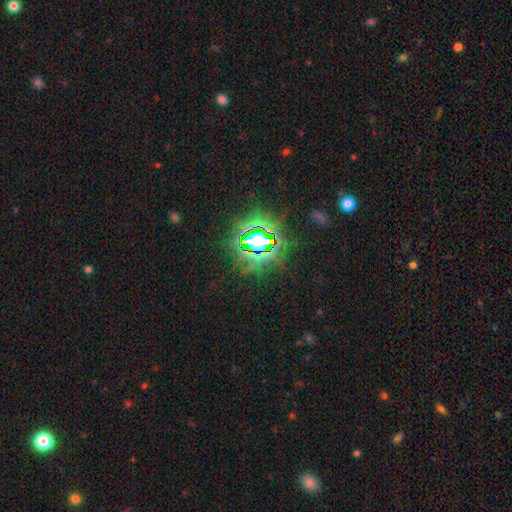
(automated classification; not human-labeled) Overall: star or artifact (83%).